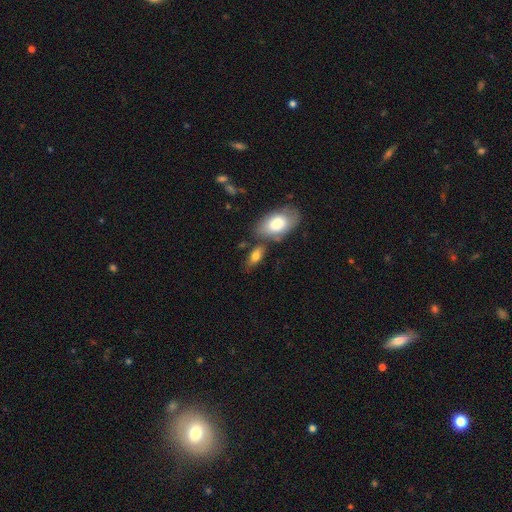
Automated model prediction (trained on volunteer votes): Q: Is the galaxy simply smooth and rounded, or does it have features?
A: smooth — 75%.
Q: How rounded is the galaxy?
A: in between — 86%.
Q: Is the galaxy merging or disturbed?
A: none — 63%.